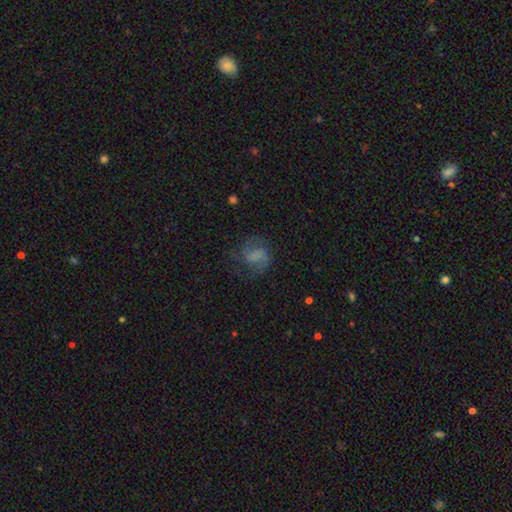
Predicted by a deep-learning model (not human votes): Smooth or featured? featured or disk (53%)
Edge-on disk? no (98%)
Bar? weak (44%)
Spiral arms? yes (86%)
Bulge size? none (57%)
Merging? none (63%)